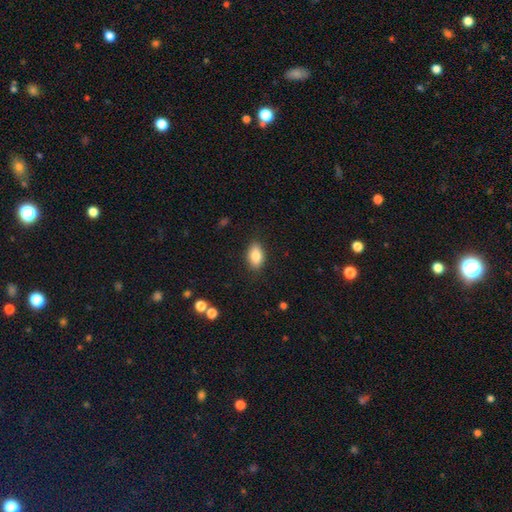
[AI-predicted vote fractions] smooth 85%, featured or disk 8%, star or artifact 8%. Down the decision tree: how rounded — in between (90%); merging — none (87%).